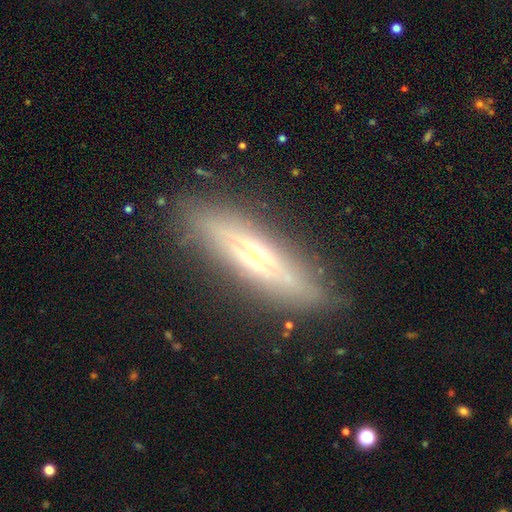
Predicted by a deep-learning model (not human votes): smooth-or-featured: featured or disk: 72% | smooth: 20% | star or artifact: 7%
  disk-edge-on: yes: 87% | no: 13%
    edge-on-bulge: rounded: 75% | none: 18% | boxy: 7%
  merging: none: 84% | minor disturbance: 12% | major disturbance: 3% | merger: 1%